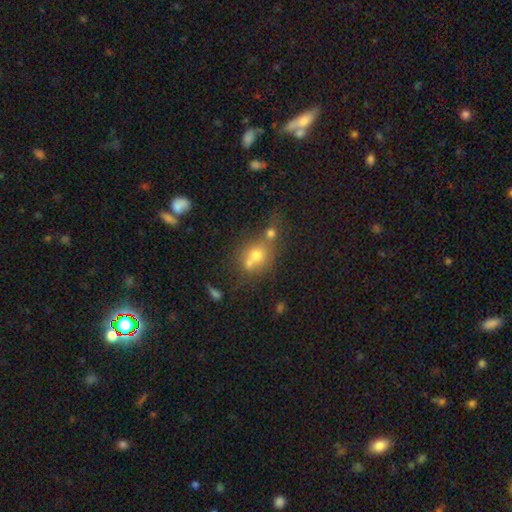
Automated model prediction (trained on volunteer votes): A smooth galaxy with no disk features (64%) that is round (69%). Merging: merger (49%).